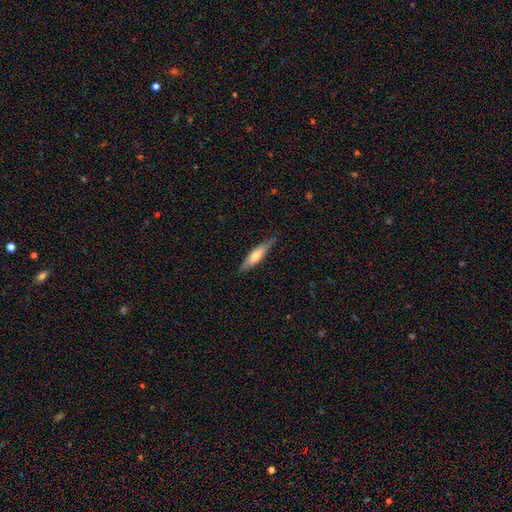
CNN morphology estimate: This appears to be a smooth galaxy with no disk features (56%) that is cigar-shaped (78%). Merging: none (80%).